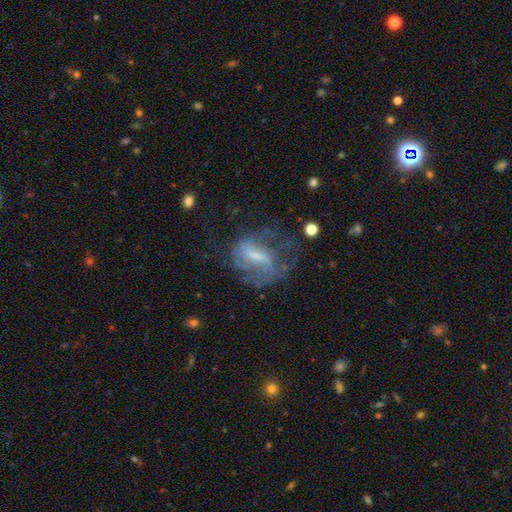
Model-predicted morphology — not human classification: Smooth or featured: featured or disk — 62% (smooth — 27%)
Edge-on disk: no — 93% (yes — 7%)
Bar: weak — 43% (strong — 34%)
Spiral arms: yes — 58% (no — 42%)
Bulge size: moderate — 34% (tied with small — 34%)
Merging: none — 40% (major disturbance — 36%)